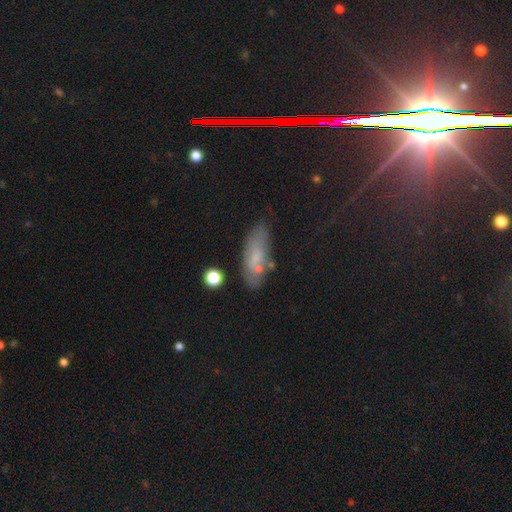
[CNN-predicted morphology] This appears to be a smooth galaxy with no disk features (64%) that is in between round and cigar-shaped (70%). Merging: none (68%).